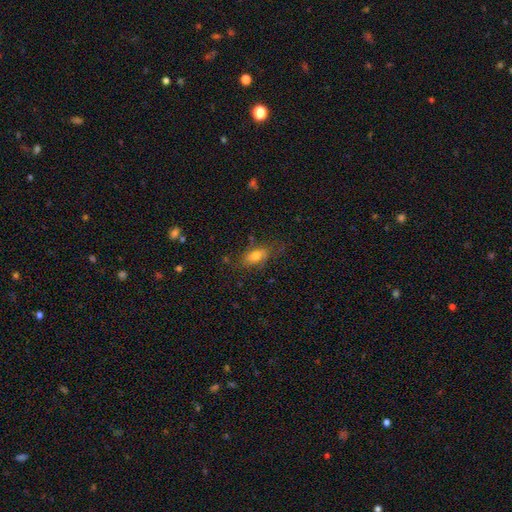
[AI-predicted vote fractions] smooth_or_featured: smooth (p=0.65) [alt: featured or disk p=0.24]
how_rounded: in between (p=0.83) [alt: cigar-shaped p=0.09]
merging: none (p=0.63) [alt: minor disturbance p=0.24]